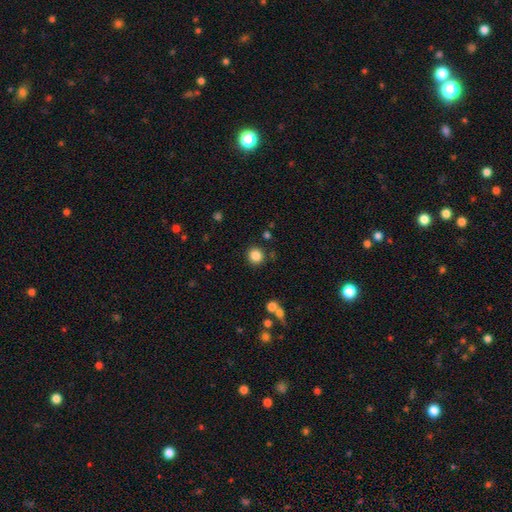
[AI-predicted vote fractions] A smooth galaxy with no disk features (85%) that is round (91%).

Vote fractions:
- Smooth or featured? smooth: 85% / star or artifact: 10% / featured or disk: 4%
- How rounded? round: 91% / in between: 8% / cigar-shaped: 1%
- Merging? none: 86% / minor disturbance: 7% / merger: 4% / major disturbance: 3%